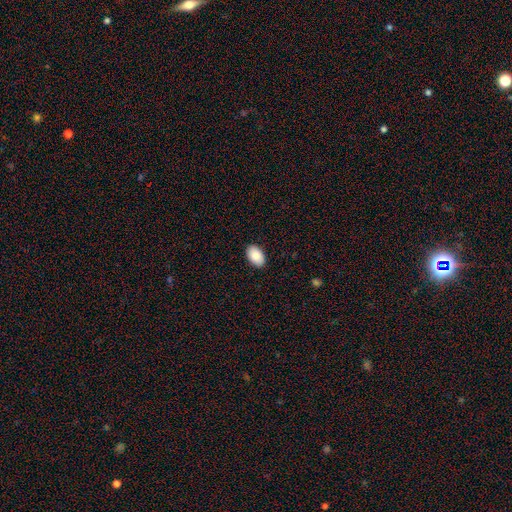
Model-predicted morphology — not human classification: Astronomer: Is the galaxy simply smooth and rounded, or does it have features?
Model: smooth — 87%.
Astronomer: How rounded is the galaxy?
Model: in between — 92%.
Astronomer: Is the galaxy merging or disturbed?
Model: none — 90%.